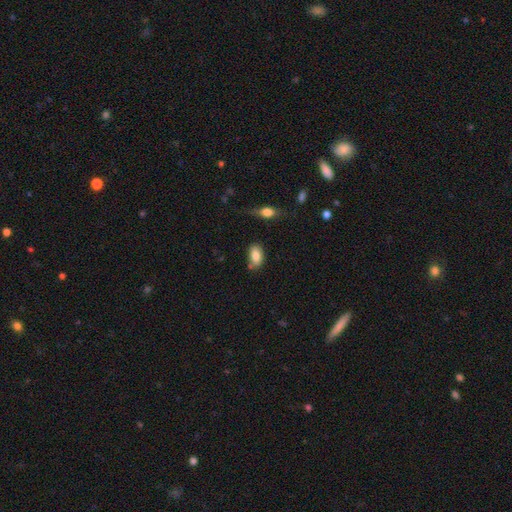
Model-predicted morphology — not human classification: smooth 83%, featured or disk 10%, star or artifact 8%. Down the decision tree: how rounded — in between (91%); merging — none (67%).